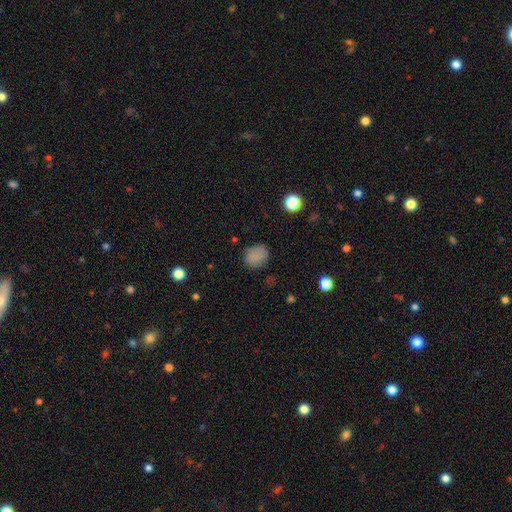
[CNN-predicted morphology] Smooth or featured: smooth — 82% (star or artifact — 12%)
How rounded: round — 71% (in between — 28%)
Merging: none — 78% (minor disturbance — 16%)